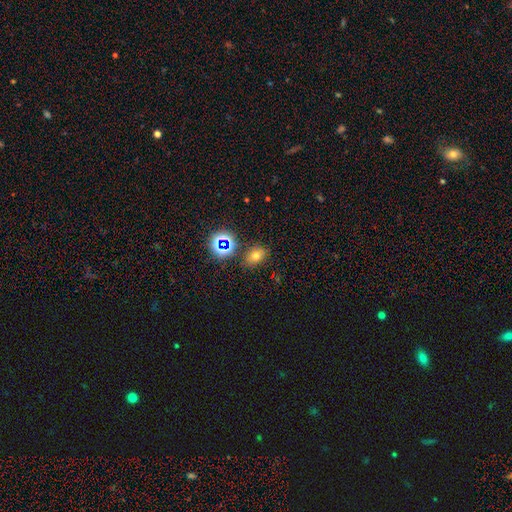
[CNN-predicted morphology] A smooth galaxy with no disk features (65%) that is in between round and cigar-shaped (65%).

Vote fractions:
- Smooth or featured? smooth: 65% / star or artifact: 23% / featured or disk: 11%
- How rounded? in between: 65% / round: 34% / cigar-shaped: 1%
- Merging? none: 81% / minor disturbance: 11% / merger: 5% / major disturbance: 4%